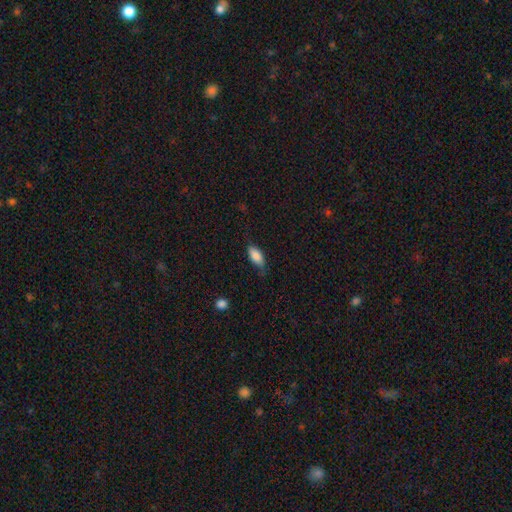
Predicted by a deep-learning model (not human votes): Smooth or featured? Predicted: smooth (p=0.82). How rounded? Predicted: in between (p=0.87). Merging? Predicted: none (p=0.63).